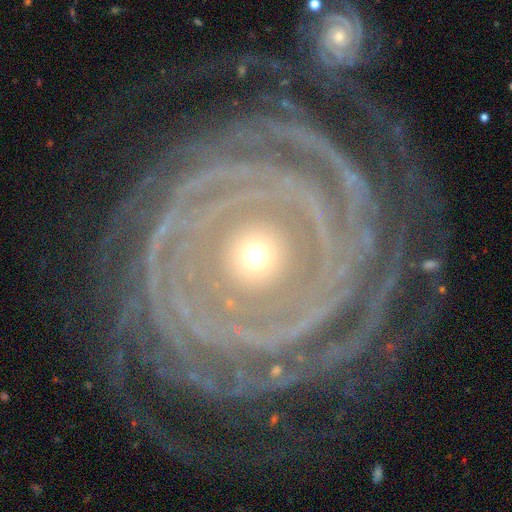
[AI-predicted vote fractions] smooth_or_featured: featured or disk (p=0.90) [alt: star or artifact p=0.06]
disk_edge_on: no (p=0.97) [alt: yes p=0.03]
bar: no (p=0.64) [alt: weak p=0.18]
has_spiral_arms: yes (p=0.97) [alt: no p=0.03]
spiral_winding: tight (p=0.92) [alt: medium p=0.07]
spiral_arm_count: can't tell (p=0.22) [alt: 2 p=0.19]
bulge_size: small (p=0.54) [alt: moderate p=0.43]
merging: none (p=0.75) [alt: minor disturbance p=0.14]